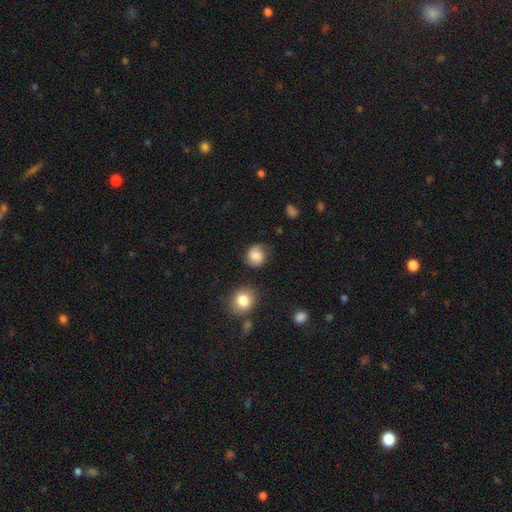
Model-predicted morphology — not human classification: smooth_or_featured: smooth (p=0.75) [alt: featured or disk p=0.16]
how_rounded: round (p=0.81) [alt: in between p=0.18]
merging: none (p=0.71) [alt: minor disturbance p=0.20]